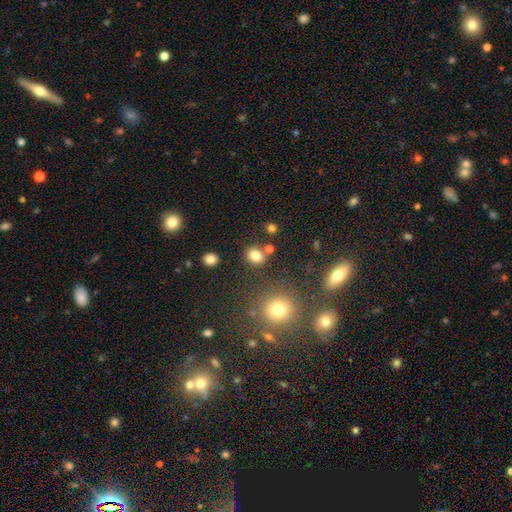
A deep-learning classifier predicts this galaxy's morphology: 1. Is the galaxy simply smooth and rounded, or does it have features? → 81% smooth, 13% star or artifact, 6% featured or disk.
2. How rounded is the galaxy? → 66% round, 33% in between, 1% cigar-shaped.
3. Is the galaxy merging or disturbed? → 79% none, 10% minor disturbance, 8% merger, 3% major disturbance.